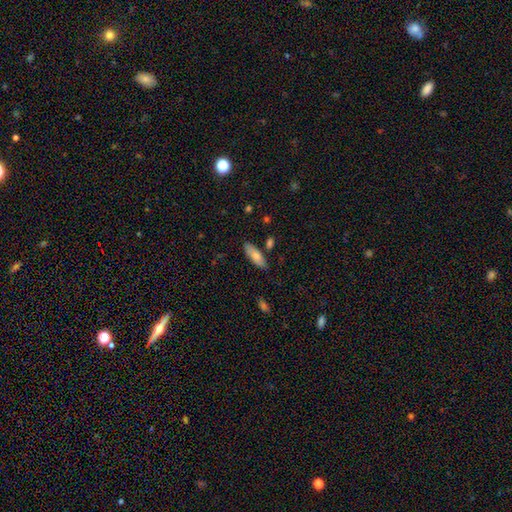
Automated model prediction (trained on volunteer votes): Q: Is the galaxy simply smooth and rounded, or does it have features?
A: smooth — 78%.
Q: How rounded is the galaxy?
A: in between — 68%.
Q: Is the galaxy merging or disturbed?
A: none — 81%.